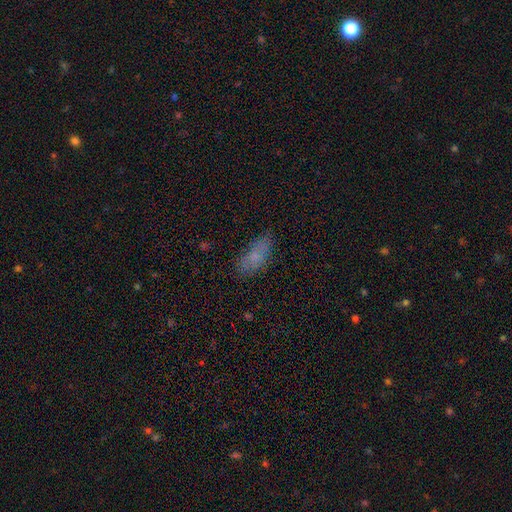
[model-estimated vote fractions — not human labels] smooth 73%, featured or disk 16%, star or artifact 11%. Down the decision tree: how rounded — in between (81%); merging — none (69%).